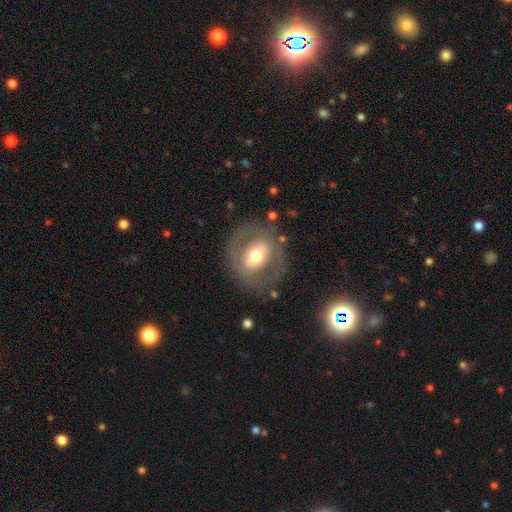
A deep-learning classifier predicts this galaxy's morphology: Smooth or featured?
  - featured or disk: 54% *
  - smooth: 39%
  - star or artifact: 7%
Edge-on disk?
  - no: 93% *
  - yes: 7%
Bar?
  - no: 43% *
  - weak: 30%
  - strong: 27%
Spiral arms?
  - no: 79% *
  - yes: 21%
Bulge size?
  - moderate: 64% *
  - large: 23%
  - small: 9%
  - dominant: 2%
  - none: 1%
Merging?
  - none: 75% *
  - minor disturbance: 13%
  - major disturbance: 10%
  - merger: 2%